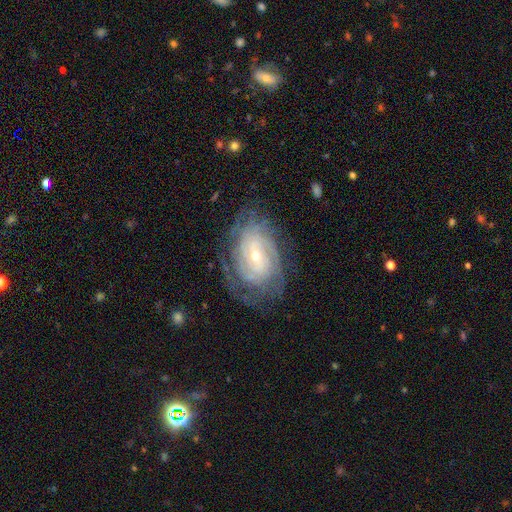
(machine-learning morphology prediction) This is clearly a featured or disk galaxy (82%). It is clearly not viewed edge-on (95%). Bar: possibly no (46%). Spiral arm pattern: clearly yes (92%). Spiral arm count: possibly can't tell (50%). Spiral winding: likely tight (73%). Central bulge: likely small (62%). Merging: likely none (71%).